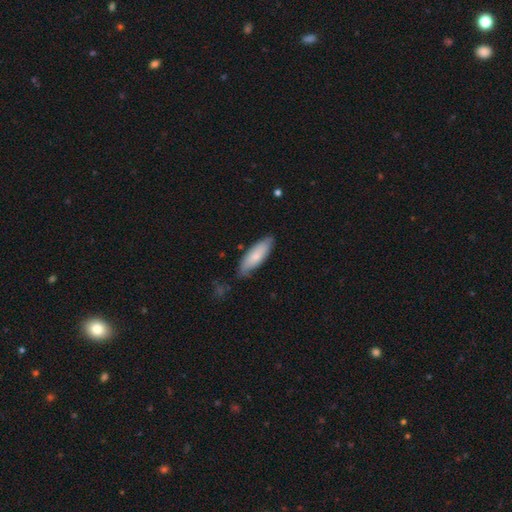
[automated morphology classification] A smooth galaxy with no disk features (76%) that is in between round and cigar-shaped (58%). Merging: none (75%).